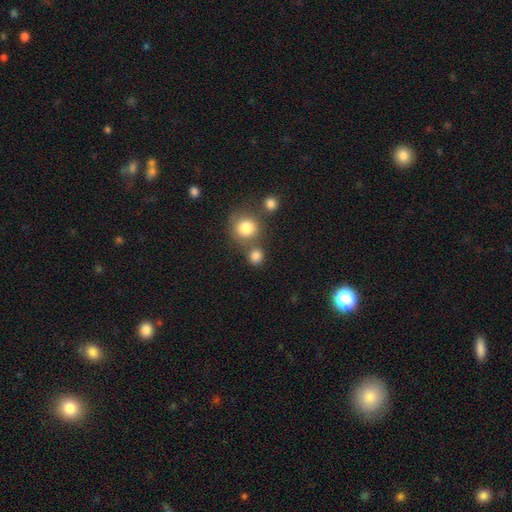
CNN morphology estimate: Smooth or featured: smooth — 82% (star or artifact — 12%)
How rounded: round — 85% (in between — 14%)
Merging: none — 65% (merger — 23%)